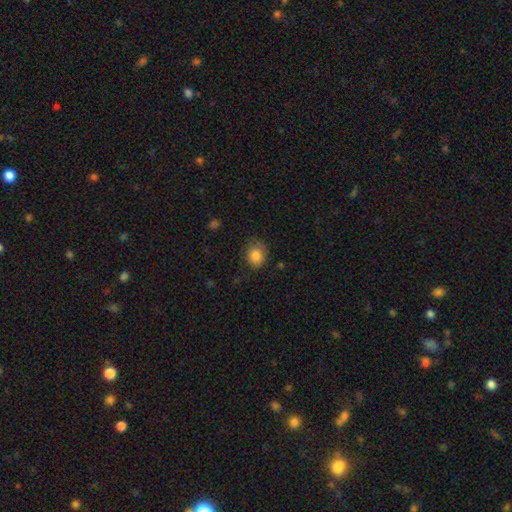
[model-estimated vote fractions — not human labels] Q: Smooth or featured?
A: smooth (85%); runner-up: star or artifact (9%)
Q: How rounded?
A: round (65%); runner-up: in between (34%)
Q: Merging?
A: none (76%); runner-up: minor disturbance (19%)